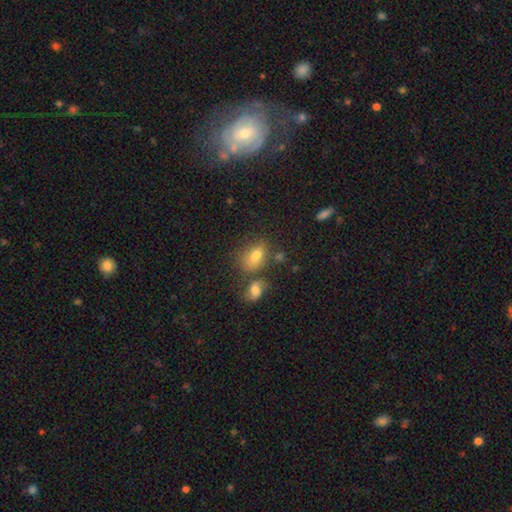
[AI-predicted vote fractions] smooth-or-featured: smooth: 75% | star or artifact: 13% | featured or disk: 12%
  how-rounded: in between: 77% | round: 21% | cigar-shaped: 2%
  merging: none: 56% | merger: 20% | minor disturbance: 17% | major disturbance: 7%